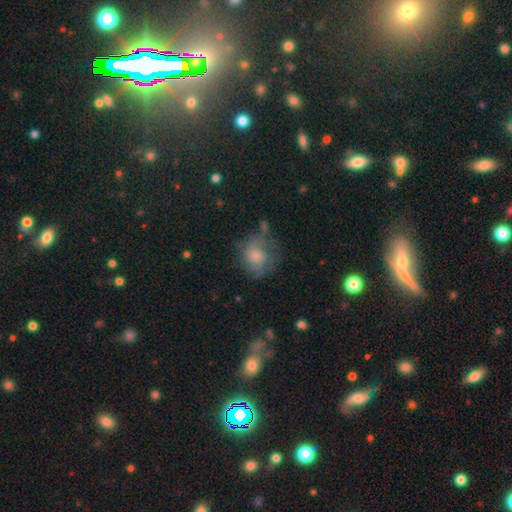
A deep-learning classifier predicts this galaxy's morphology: Smooth or featured? Predicted: featured or disk (p=0.43). Merging? Predicted: none (p=0.56).